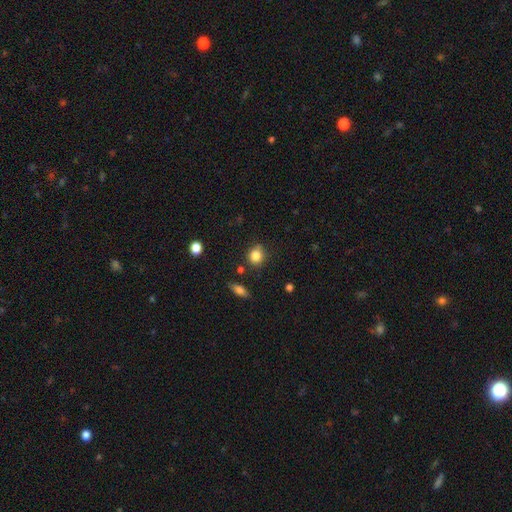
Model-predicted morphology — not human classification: Smooth or featured: smooth — 83% (star or artifact — 10%)
How rounded: round — 76% (in between — 23%)
Merging: none — 76% (minor disturbance — 16%)